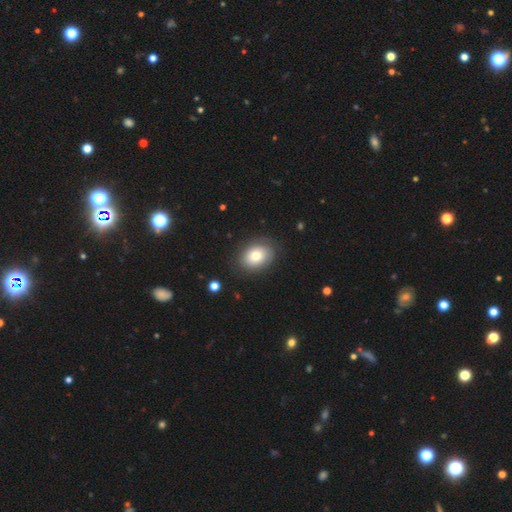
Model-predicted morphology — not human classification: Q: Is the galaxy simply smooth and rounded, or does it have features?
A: smooth — 72%.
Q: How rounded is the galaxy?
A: in between — 67%.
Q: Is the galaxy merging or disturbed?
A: none — 81%.